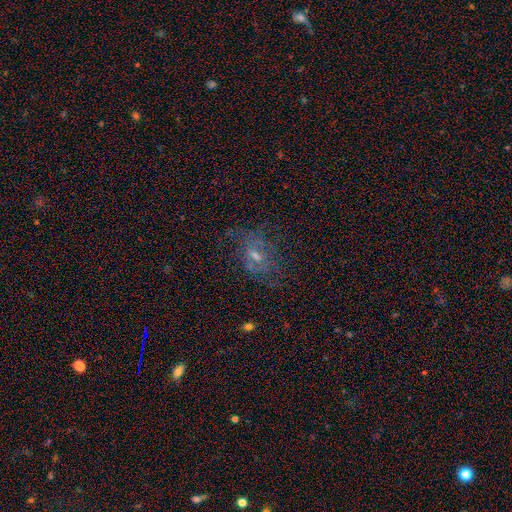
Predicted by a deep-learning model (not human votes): Smooth or featured? featured or disk (45%)
Merging? none (57%)